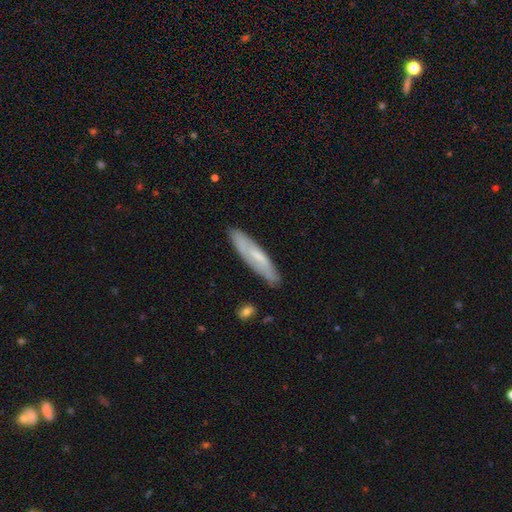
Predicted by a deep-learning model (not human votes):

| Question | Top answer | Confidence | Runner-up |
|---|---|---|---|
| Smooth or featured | smooth | 48% | featured or disk (45%) |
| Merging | none | 82% | minor disturbance (13%) |